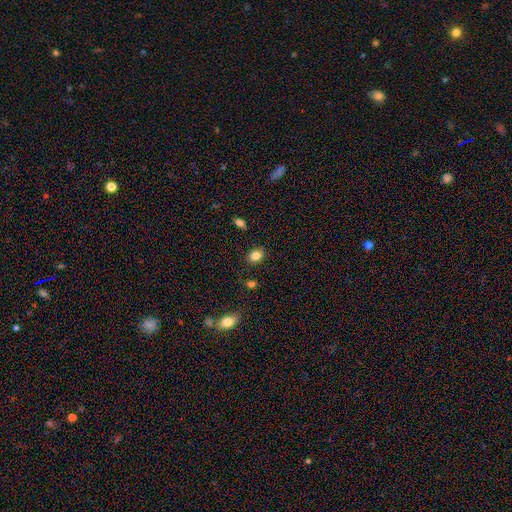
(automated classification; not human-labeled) Smooth or featured: smooth — 84% (star or artifact — 10%)
How rounded: in between — 63% (round — 36%)
Merging: none — 87% (minor disturbance — 9%)